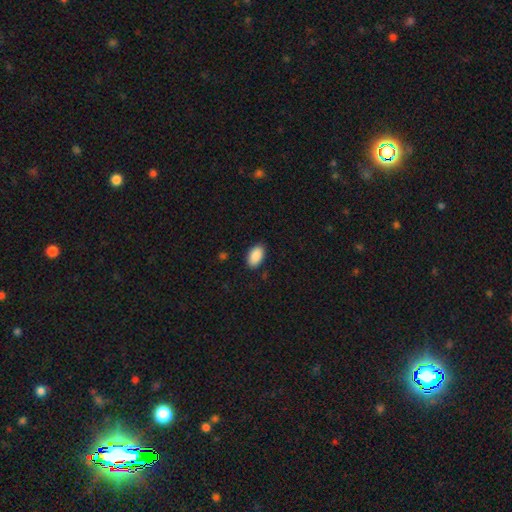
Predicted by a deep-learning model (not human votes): smooth-or-featured: smooth: 91% | star or artifact: 6% | featured or disk: 3%
  how-rounded: in between: 95% | round: 4% | cigar-shaped: 1%
  merging: none: 88% | minor disturbance: 9% | major disturbance: 2% | merger: 1%